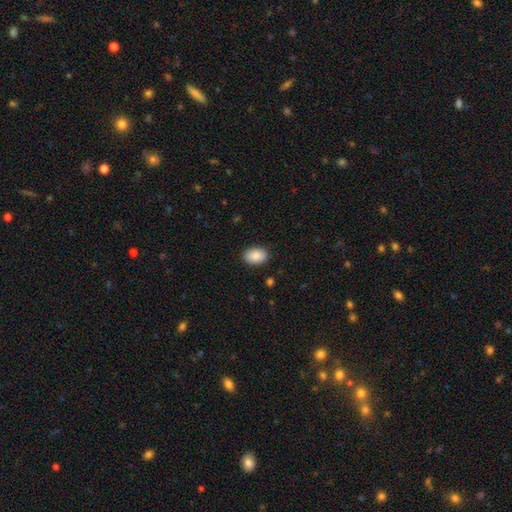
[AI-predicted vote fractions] Overall: smooth (88%). How rounded: in between (87%). Merging: none (89%).